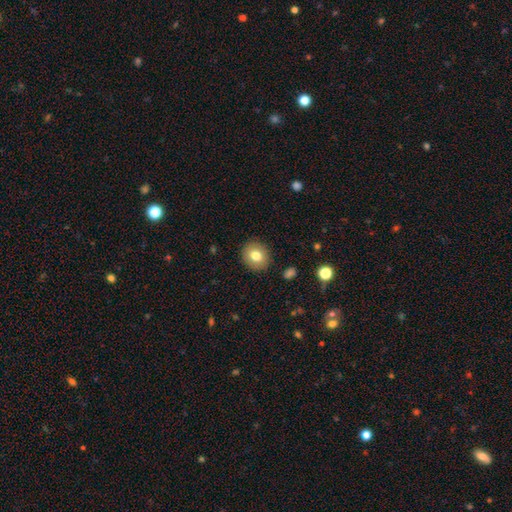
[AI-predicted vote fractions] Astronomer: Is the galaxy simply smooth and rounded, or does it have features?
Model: smooth — 77%.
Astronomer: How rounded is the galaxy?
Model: round — 80%.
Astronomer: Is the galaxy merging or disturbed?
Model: none — 89%.